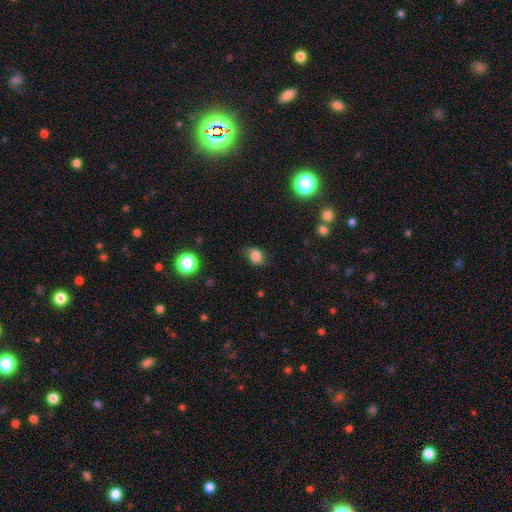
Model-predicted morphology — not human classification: This is likely a smooth galaxy (79%). How rounded: possibly round (49%, tied with in between). Merging: likely none (66%).